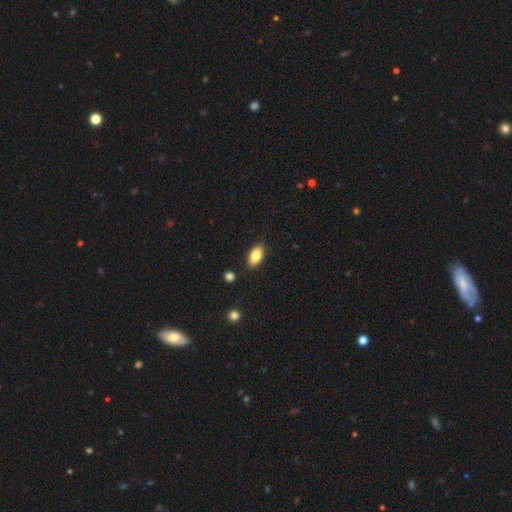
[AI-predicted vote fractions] This appears to be a smooth galaxy with no disk features (83%) that is in between round and cigar-shaped (92%). Merging: none (86%).